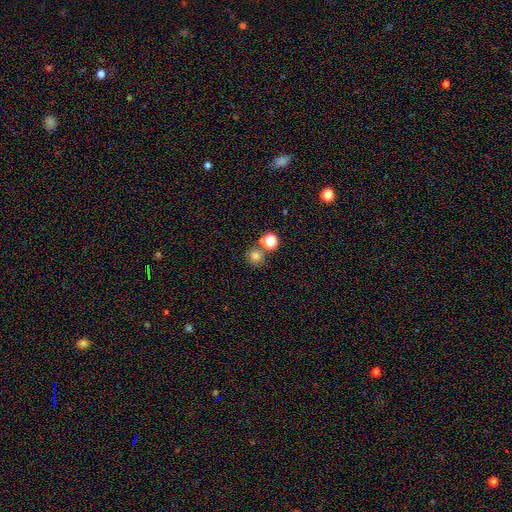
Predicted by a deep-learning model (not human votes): Smooth or featured? smooth (77%)
How rounded? round (90%)
Merging? none (68%)